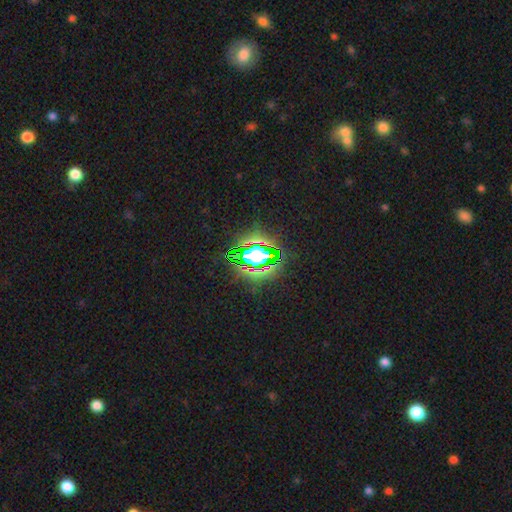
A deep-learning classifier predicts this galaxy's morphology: Smooth or featured? Predicted: star or artifact (p=0.72).